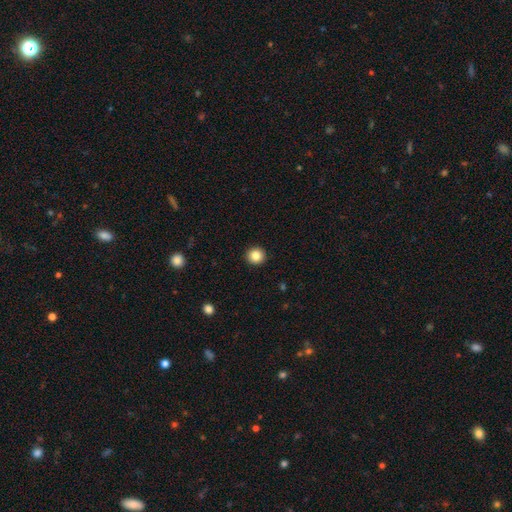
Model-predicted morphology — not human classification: Overall: smooth (85%). How rounded: round (92%). Merging: none (93%).